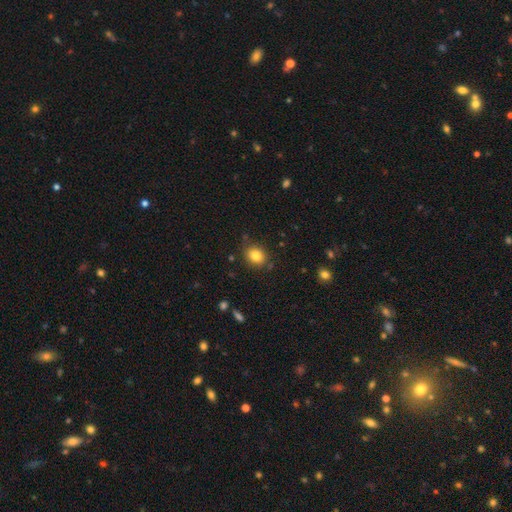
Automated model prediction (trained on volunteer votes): Morphology: type=smooth (82%); roundness=round (61%); merging=none (81%).